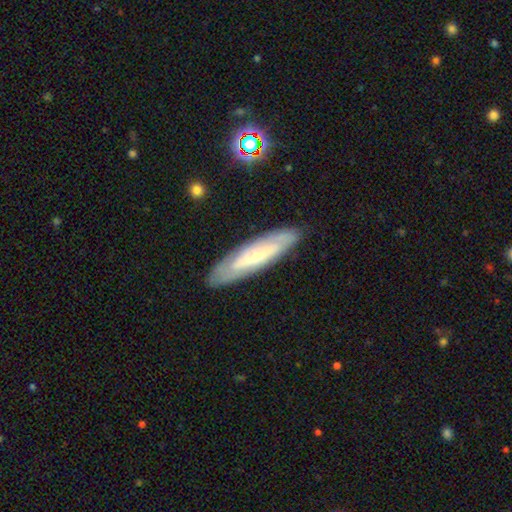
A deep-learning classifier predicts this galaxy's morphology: The model was most divided on "edge-on disk": no: 55%, yes: 45%. More confident: merging — none (85%); smooth or featured — featured or disk (56%).